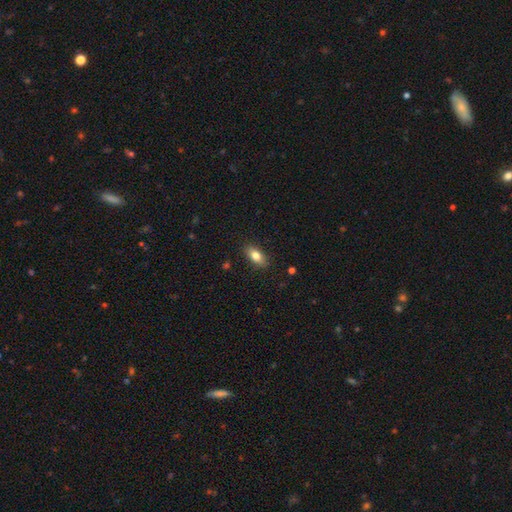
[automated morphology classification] Q: Smooth or featured?
A: smooth (81%); runner-up: featured or disk (12%)
Q: How rounded?
A: in between (87%); runner-up: cigar-shaped (9%)
Q: Merging?
A: none (87%); runner-up: minor disturbance (10%)